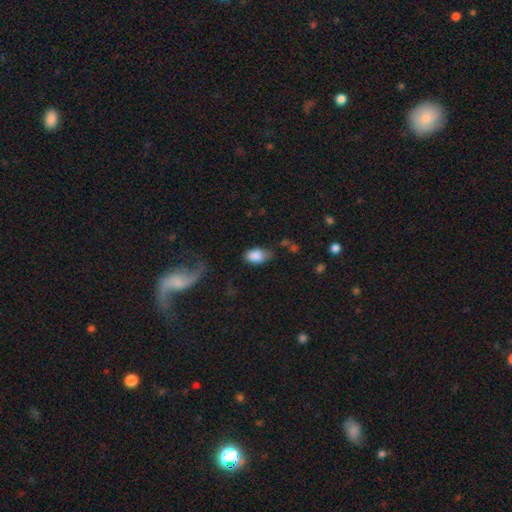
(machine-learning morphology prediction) type=smooth (84%); roundness=in between (90%); merging=none (52%).